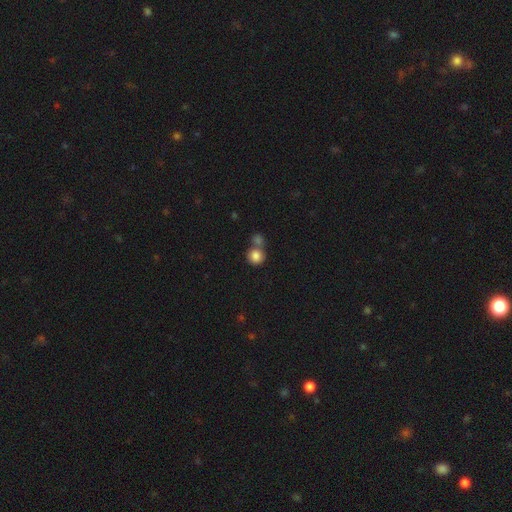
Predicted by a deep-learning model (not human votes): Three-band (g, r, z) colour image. It shows a smooth galaxy with no disk features (84%) that is round (90%). Merging: none (52%).